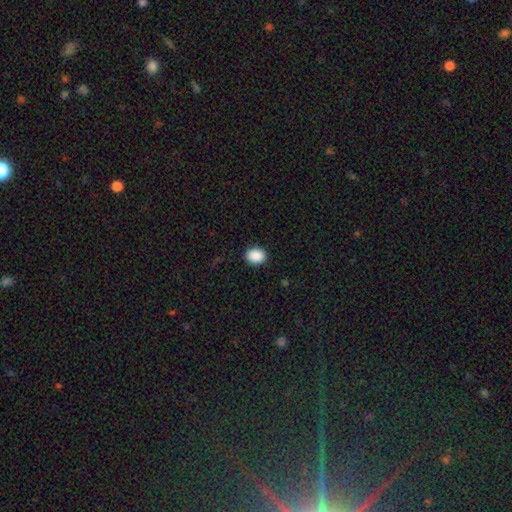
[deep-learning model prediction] The model was most divided on "how rounded": in between: 55%, round: 44%, cigar-shaped: 1%. More confident: merging — none (90%); smooth or featured — smooth (90%).